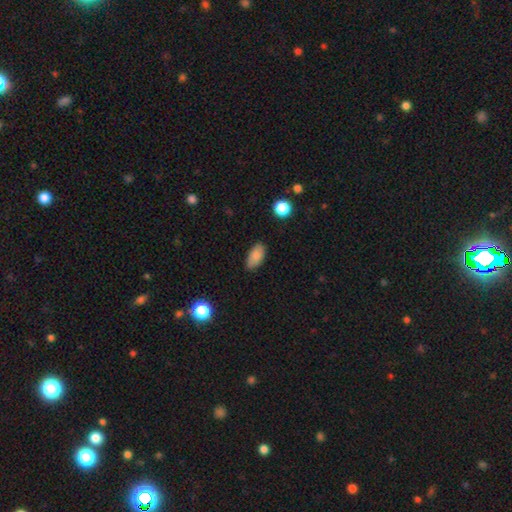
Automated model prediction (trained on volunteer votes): This is clearly a smooth galaxy (83%). How rounded: clearly in between (91%). Merging: clearly none (81%).